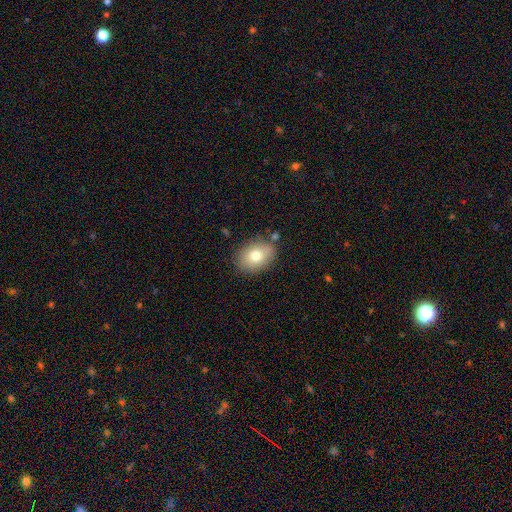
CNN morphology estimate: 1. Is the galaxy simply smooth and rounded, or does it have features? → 76% smooth, 15% featured or disk, 9% star or artifact.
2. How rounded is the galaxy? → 66% in between, 33% round, 1% cigar-shaped.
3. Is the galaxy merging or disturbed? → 81% none, 12% minor disturbance, 3% merger, 3% major disturbance.